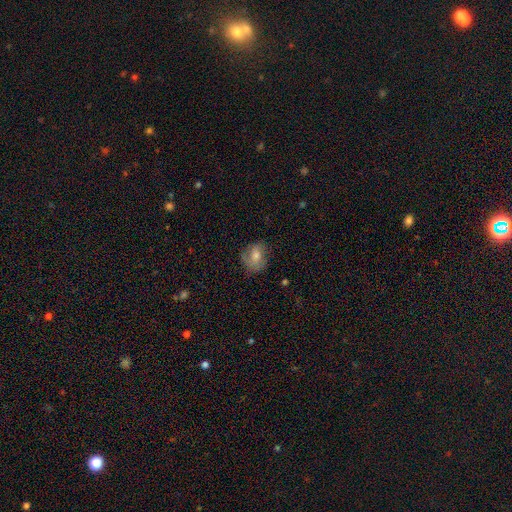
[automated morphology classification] This is possibly a smooth galaxy (50%). How rounded: possibly round (58%). Merging: likely none (66%).